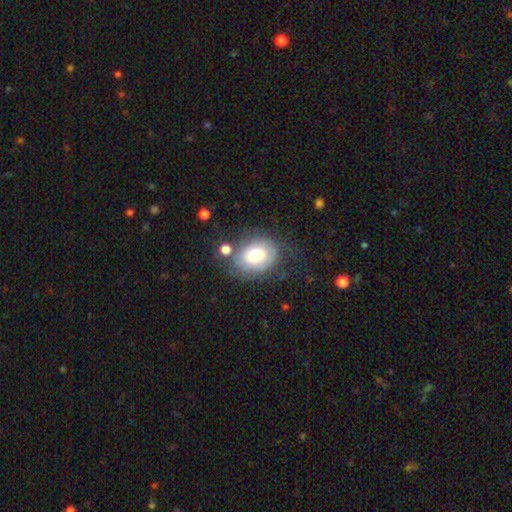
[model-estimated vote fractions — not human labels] Smooth or featured? smooth (68%)
How rounded? in between (65%)
Merging? none (59%)